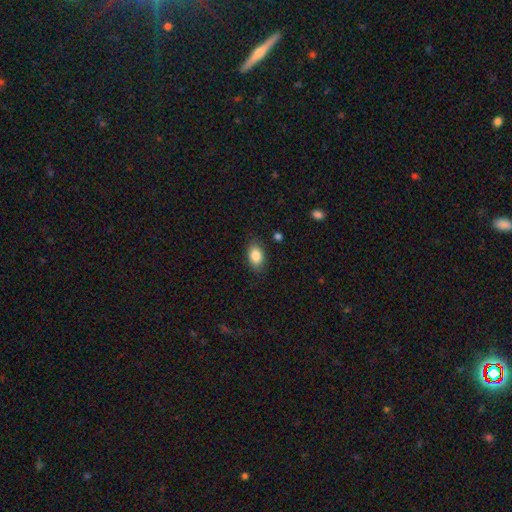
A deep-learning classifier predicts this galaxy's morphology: Smooth or featured? Predicted: smooth (p=0.86). How rounded? Predicted: in between (p=0.86). Merging? Predicted: none (p=0.84).